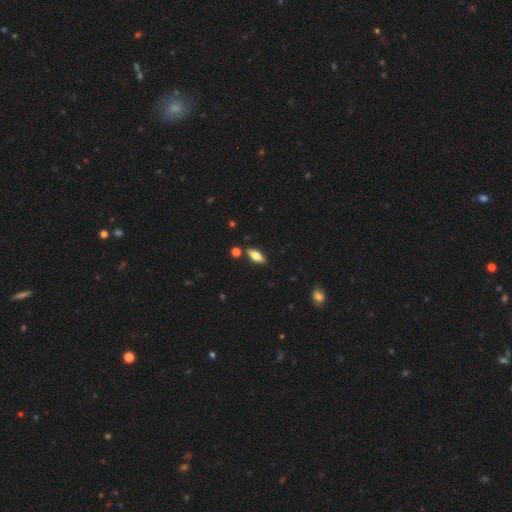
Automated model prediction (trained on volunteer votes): Smooth or featured? Predicted: smooth (p=0.65). How rounded? Predicted: in between (p=0.73). Merging? Predicted: none (p=0.83).